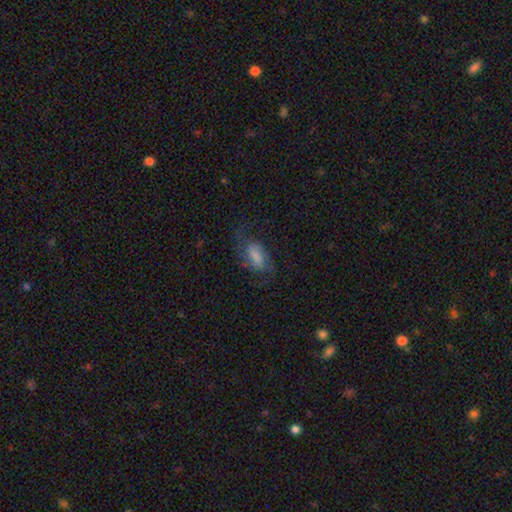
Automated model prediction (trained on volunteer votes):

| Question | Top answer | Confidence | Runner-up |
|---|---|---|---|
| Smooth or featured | featured or disk | 51% | smooth (39%) |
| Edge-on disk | no | 94% | yes (6%) |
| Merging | none | 61% | minor disturbance (20%) |